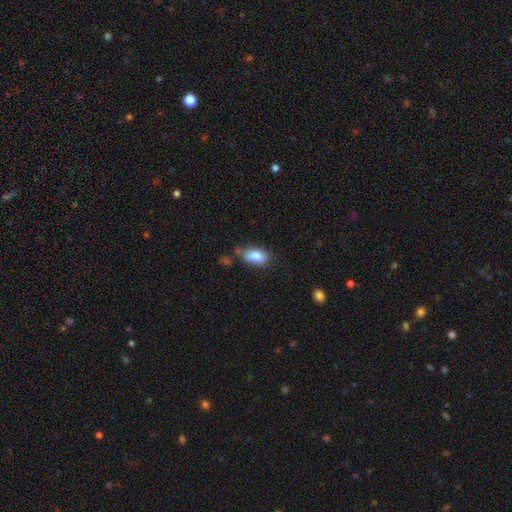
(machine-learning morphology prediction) type=smooth (83%); roundness=in between (89%); merging=none (53%).